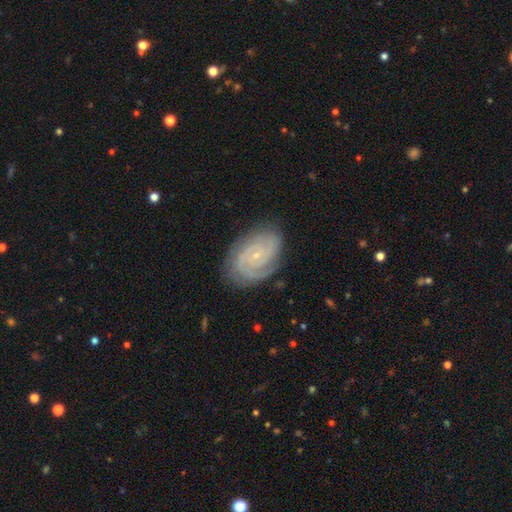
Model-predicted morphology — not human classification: Smooth or featured? featured or disk (87%)
Edge-on disk? no (97%)
Bar? no (65%)
Spiral arms? yes (98%)
Spiral winding? tight (72%)
Spiral arm count? 2 (45%)
Bulge size? small (84%)
Merging? none (80%)